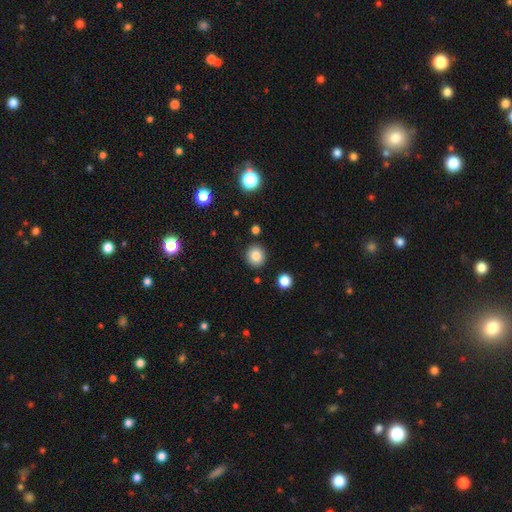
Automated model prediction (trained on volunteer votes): smooth 84%, star or artifact 10%, featured or disk 5%. Down the decision tree: how rounded — round (87%); merging — none (88%).